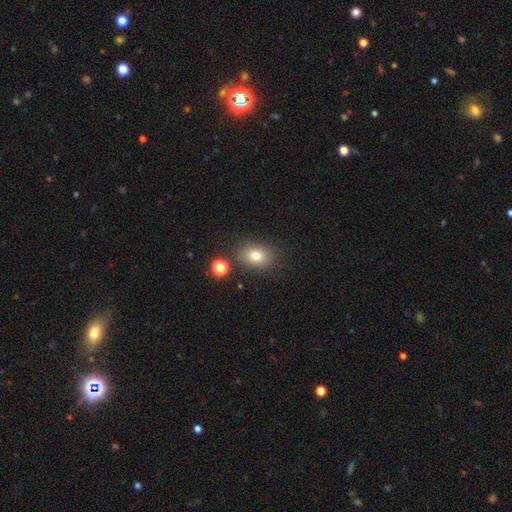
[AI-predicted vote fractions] Q: Smooth or featured?
A: smooth (77%); runner-up: star or artifact (13%)
Q: How rounded?
A: in between (62%); runner-up: round (37%)
Q: Merging?
A: none (81%); runner-up: minor disturbance (11%)